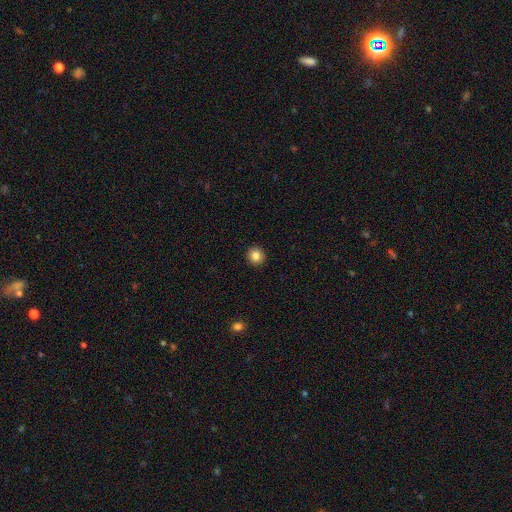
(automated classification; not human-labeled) Smooth or featured? Predicted: smooth (p=0.84). How rounded? Predicted: round (p=0.93). Merging? Predicted: none (p=0.93).